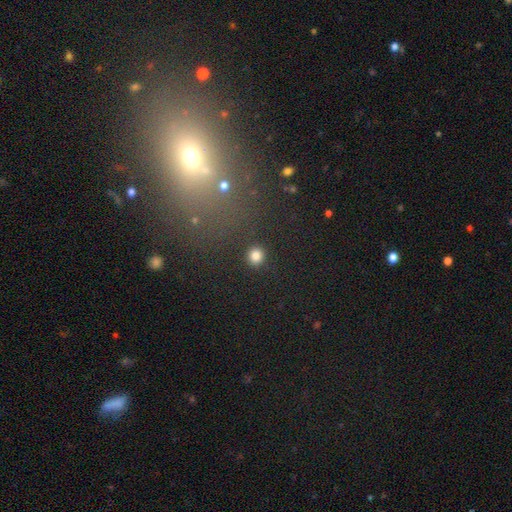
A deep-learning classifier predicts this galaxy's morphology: Q: Smooth or featured?
A: smooth (83%); runner-up: star or artifact (13%)
Q: How rounded?
A: round (91%); runner-up: in between (8%)
Q: Merging?
A: none (92%); runner-up: minor disturbance (5%)